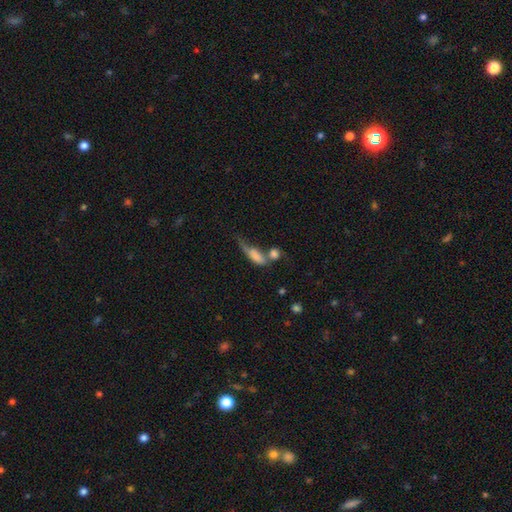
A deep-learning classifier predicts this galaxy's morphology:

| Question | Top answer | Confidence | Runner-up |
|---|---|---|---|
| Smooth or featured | smooth | 68% | featured or disk (23%) |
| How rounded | in between | 61% | cigar-shaped (32%) |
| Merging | merger | 47% | major disturbance (20%) |